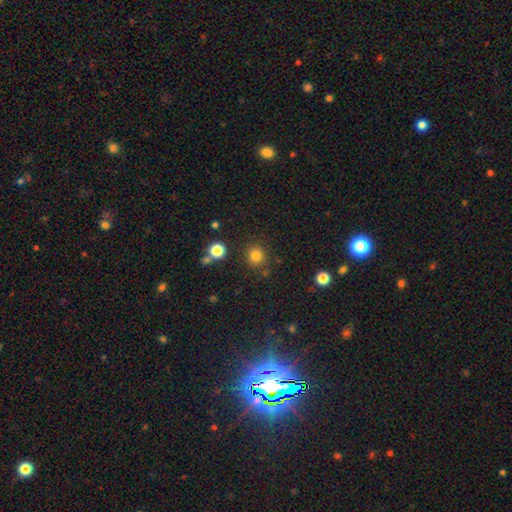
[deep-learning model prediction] Morphology: type=smooth (80%); roundness=round (91%); merging=none (84%).